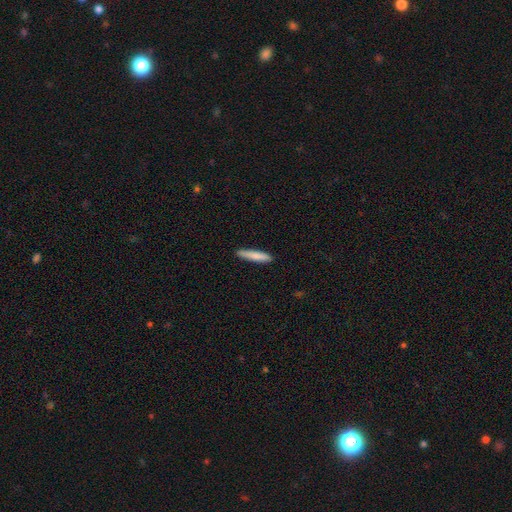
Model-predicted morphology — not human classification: This is clearly a smooth galaxy (81%). How rounded: clearly cigar-shaped (90%). Merging: clearly none (89%).